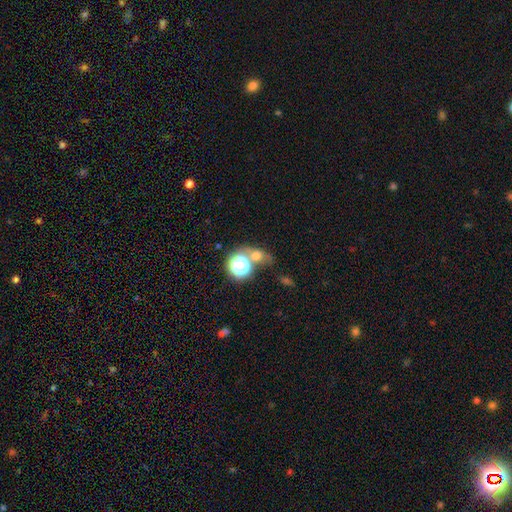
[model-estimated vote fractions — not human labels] Smooth or featured?
  - smooth: 60% *
  - star or artifact: 28%
  - featured or disk: 13%
How rounded?
  - round: 65% *
  - in between: 32%
  - cigar-shaped: 3%
Merging?
  - none: 51% *
  - merger: 32%
  - minor disturbance: 11%
  - major disturbance: 7%